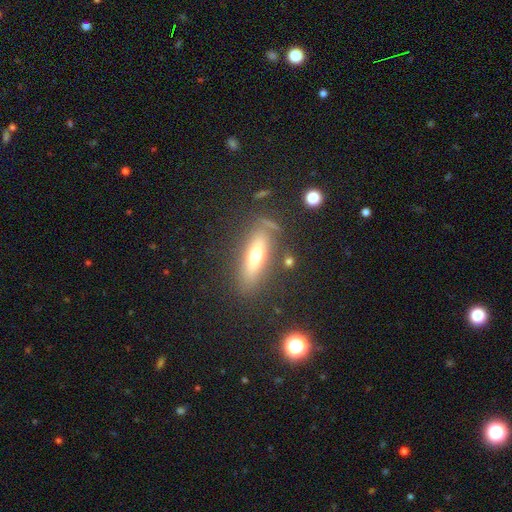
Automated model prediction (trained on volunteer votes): smooth_or_featured: smooth (p=0.51) [alt: featured or disk p=0.39]
how_rounded: cigar-shaped (p=0.57) [alt: in between p=0.39]
merging: none (p=0.78) [alt: minor disturbance p=0.13]